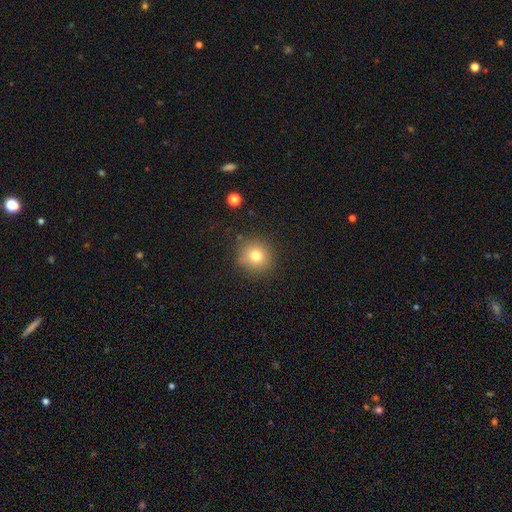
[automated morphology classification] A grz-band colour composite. It shows a smooth galaxy with no disk features (77%) that is round (92%). Merging: none (85%).